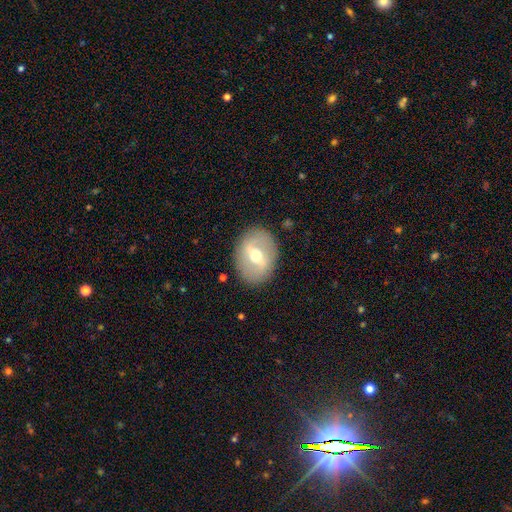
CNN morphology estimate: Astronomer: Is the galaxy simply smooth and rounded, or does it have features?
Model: featured or disk — 56% (runner-up: smooth, 37%).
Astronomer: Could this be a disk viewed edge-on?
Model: no — 91%.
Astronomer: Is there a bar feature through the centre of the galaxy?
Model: weak — 42% (runner-up: strong, 41%).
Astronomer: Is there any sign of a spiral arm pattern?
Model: no — 71%.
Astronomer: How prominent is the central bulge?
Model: moderate — 74%.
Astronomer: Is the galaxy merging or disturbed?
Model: none — 86%.